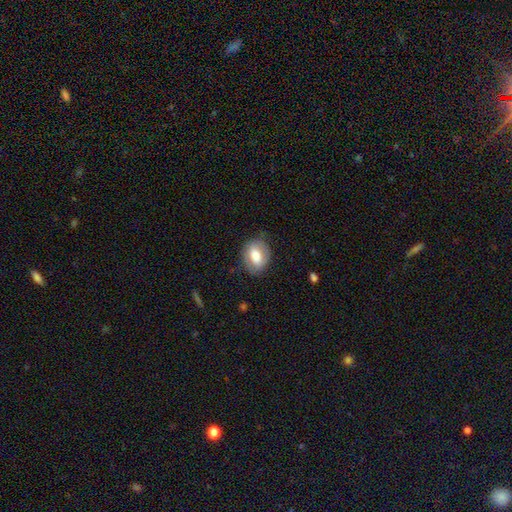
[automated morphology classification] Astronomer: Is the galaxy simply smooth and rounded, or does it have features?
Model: smooth — 64%.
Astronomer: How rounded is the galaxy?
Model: in between — 73%.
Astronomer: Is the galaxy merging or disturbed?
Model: none — 73%.